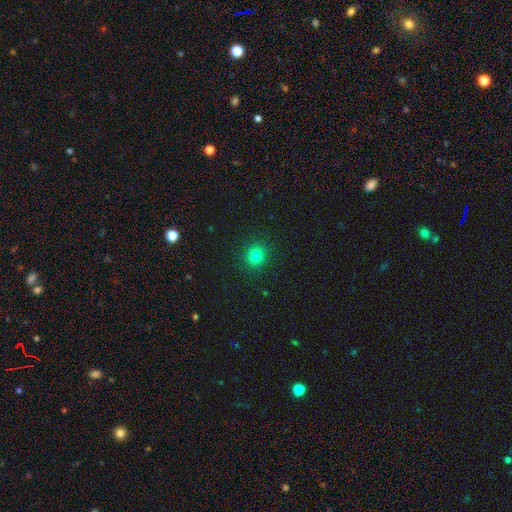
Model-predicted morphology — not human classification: A smooth galaxy with no disk features (80%) that is round (88%). Merging: none (91%).